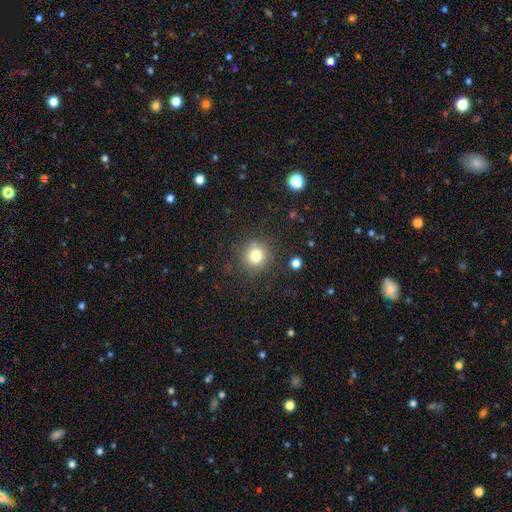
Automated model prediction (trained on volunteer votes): Overall: smooth (79%). How rounded: round (92%). Merging: none (85%).